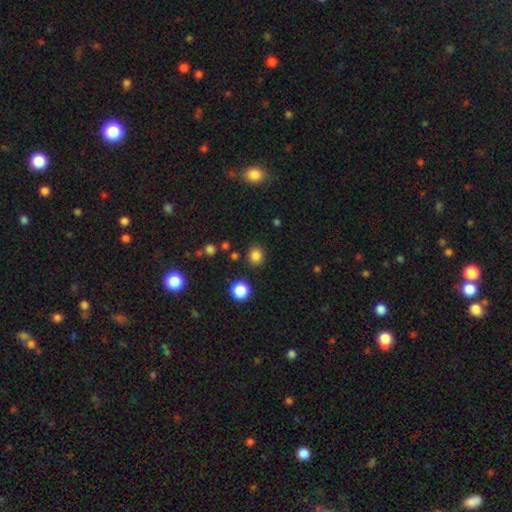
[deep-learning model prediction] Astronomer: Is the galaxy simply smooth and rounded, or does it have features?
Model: smooth — 83%.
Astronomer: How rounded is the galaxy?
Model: round — 80%.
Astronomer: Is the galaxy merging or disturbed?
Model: none — 87%.